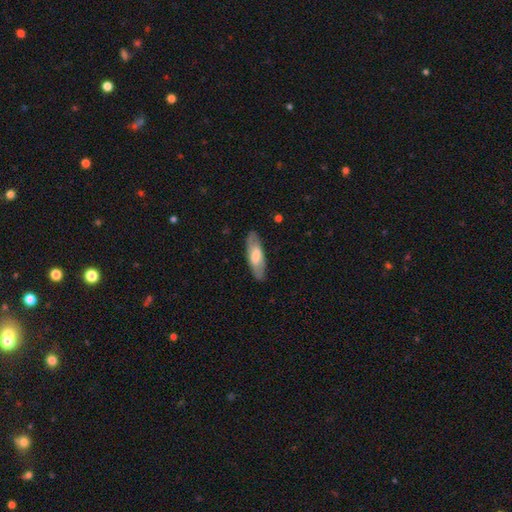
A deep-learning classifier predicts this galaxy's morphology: Overall: smooth (55%; featured or disk 39%). How rounded: in between (61%; cigar-shaped 37%). Merging: none (85%).